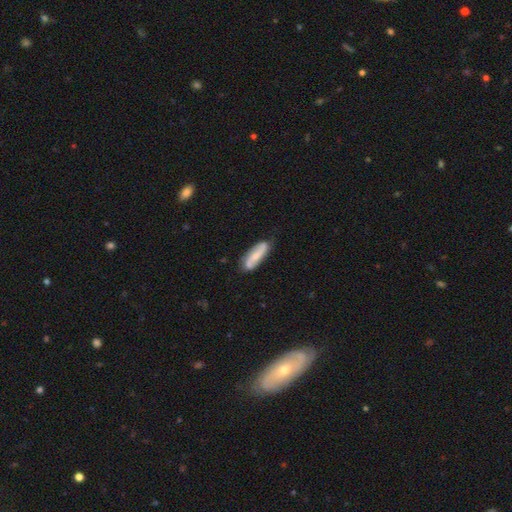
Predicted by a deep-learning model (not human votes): This is possibly a featured or disk galaxy (51%). It is clearly not viewed edge-on (84%). Merging: likely none (73%).